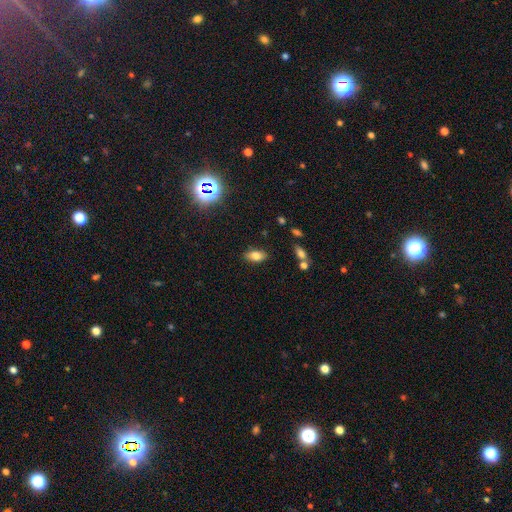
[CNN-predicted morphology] smooth-or-featured: smooth: 79% | star or artifact: 11% | featured or disk: 10%
  how-rounded: in between: 89% | round: 6% | cigar-shaped: 5%
  merging: none: 85% | minor disturbance: 10% | major disturbance: 3% | merger: 2%